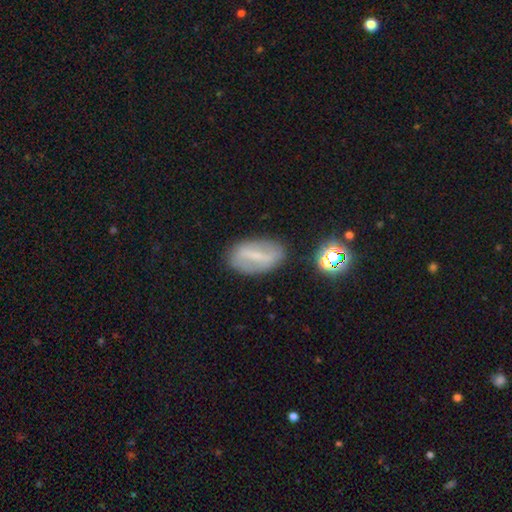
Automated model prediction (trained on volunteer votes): This is possibly a featured or disk galaxy (51%). It is clearly not viewed edge-on (86%). Merging: clearly none (80%).